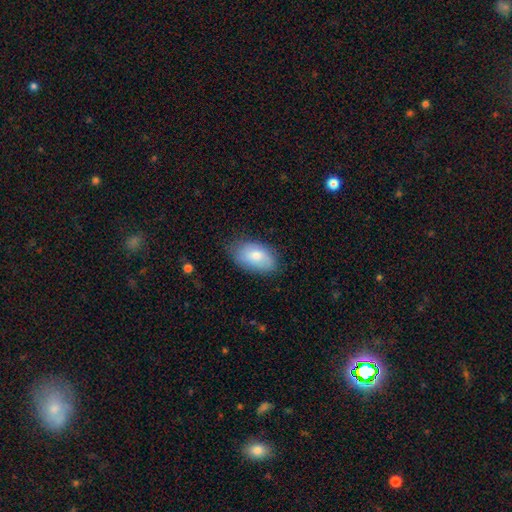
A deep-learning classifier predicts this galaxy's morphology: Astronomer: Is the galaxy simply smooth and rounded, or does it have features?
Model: smooth — 75%.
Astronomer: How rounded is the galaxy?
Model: in between — 93%.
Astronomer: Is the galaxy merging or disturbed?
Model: none — 73%.